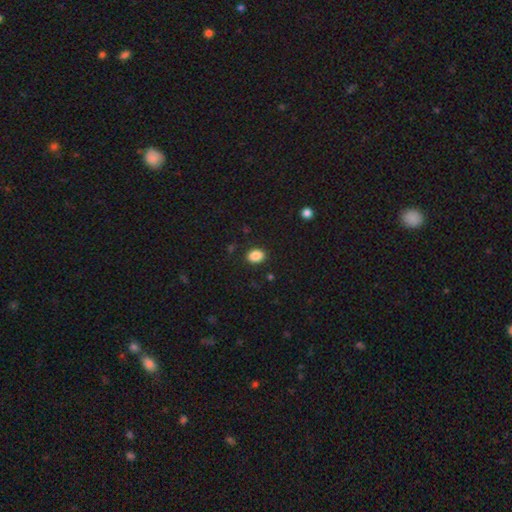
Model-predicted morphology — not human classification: Smooth or featured? smooth (88%)
How rounded? in between (68%)
Merging? none (89%)